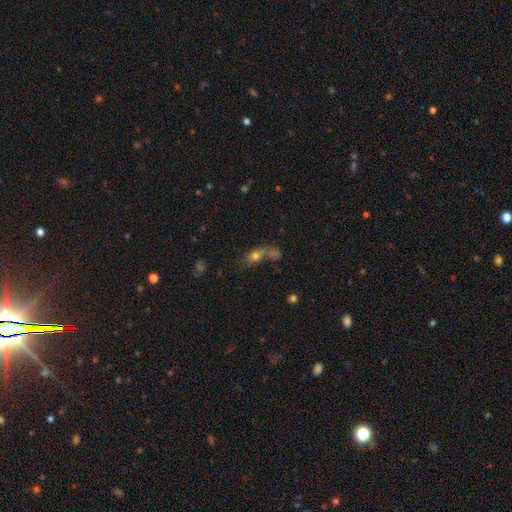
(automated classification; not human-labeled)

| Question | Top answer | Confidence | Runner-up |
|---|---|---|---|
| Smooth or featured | smooth | 66% | featured or disk (18%) |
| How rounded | in between | 56% | round (33%) |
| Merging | merger | 49% | none (26%) |